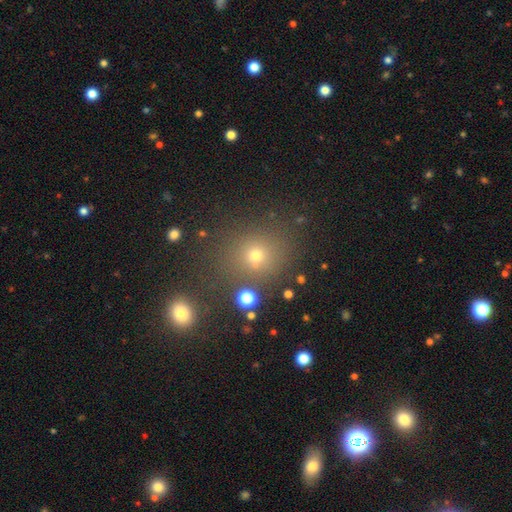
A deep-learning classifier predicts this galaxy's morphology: Overall: smooth (56%; star or artifact 34%). How rounded: round (81%). Merging: none (81%).